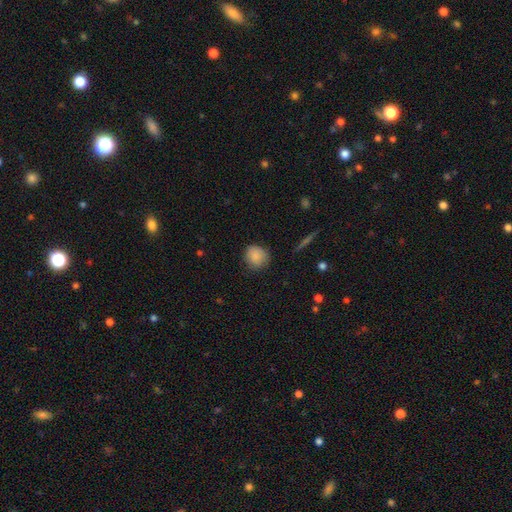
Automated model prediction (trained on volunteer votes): This is clearly a smooth galaxy (87%). How rounded: clearly round (85%). Merging: likely none (77%).